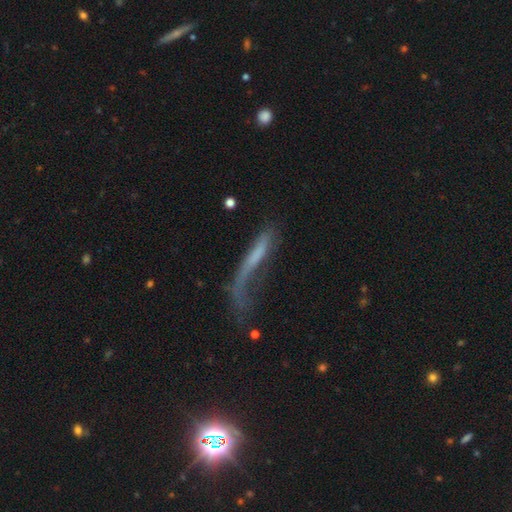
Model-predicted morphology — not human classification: smooth_or_featured: smooth (p=0.45) [tied with: featured or disk p=0.45]
merging: major disturbance (p=0.45) [alt: none p=0.29]